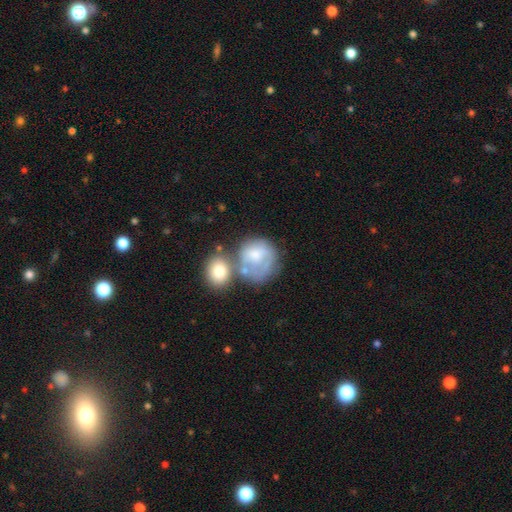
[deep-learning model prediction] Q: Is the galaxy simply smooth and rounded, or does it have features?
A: smooth — 57%.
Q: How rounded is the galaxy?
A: round — 74%.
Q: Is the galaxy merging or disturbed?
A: none — 35%.